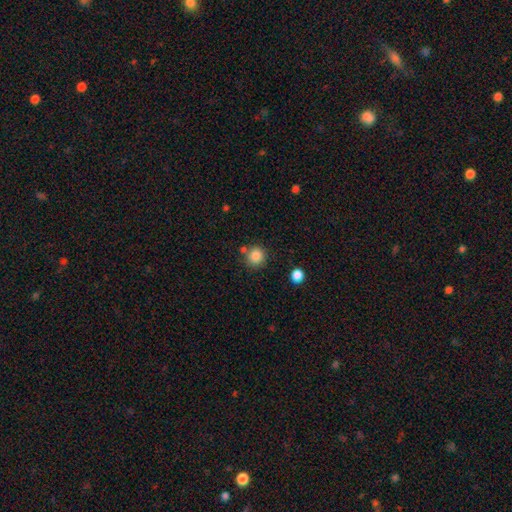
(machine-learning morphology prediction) The model was most divided on "merging": none: 78%, minor disturbance: 10%, merger: 9%, major disturbance: 3%. More confident: how rounded — round (91%); smooth or featured — smooth (85%).